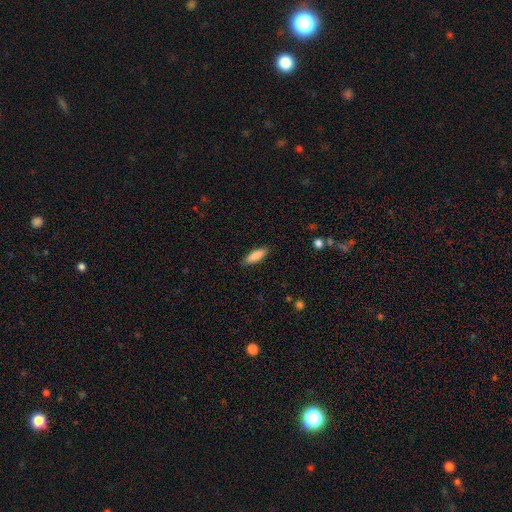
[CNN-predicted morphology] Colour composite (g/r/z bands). It shows a smooth galaxy with no disk features (87%) that is in between round and cigar-shaped (59%). Merging: none (88%).